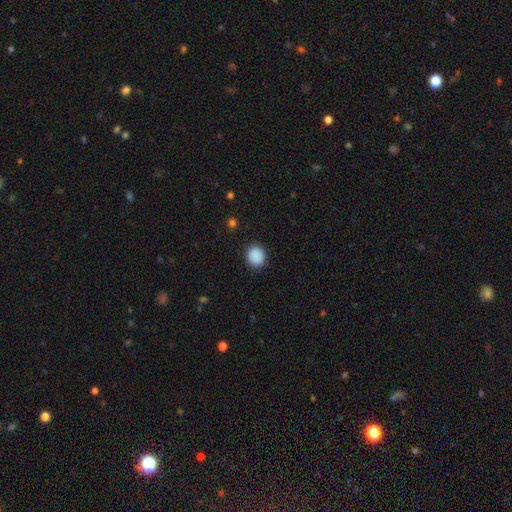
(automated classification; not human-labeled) Smooth or featured? Predicted: smooth (p=0.89). How rounded? Predicted: round (p=0.84). Merging? Predicted: none (p=0.90).